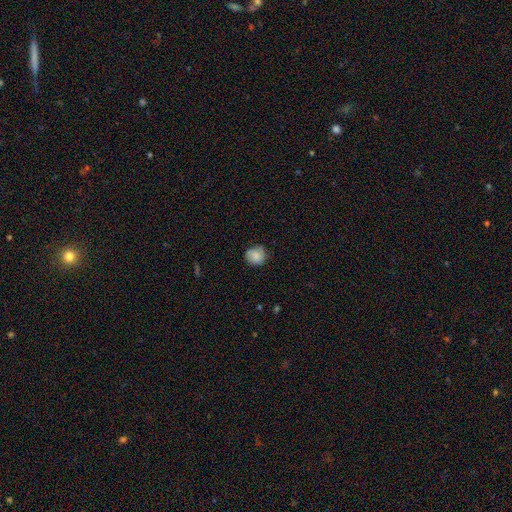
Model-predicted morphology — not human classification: smooth-or-featured: smooth: 77% | featured or disk: 15% | star or artifact: 8%
  how-rounded: round: 82% | in between: 17% | cigar-shaped: 1%
  merging: none: 70% | minor disturbance: 23% | major disturbance: 6% | merger: 1%